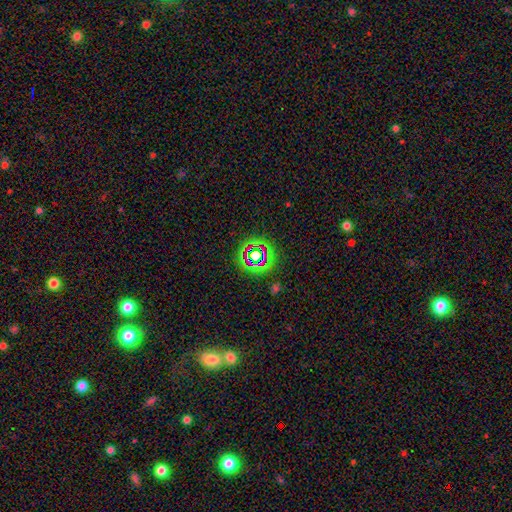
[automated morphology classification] type=star or artifact (64%).